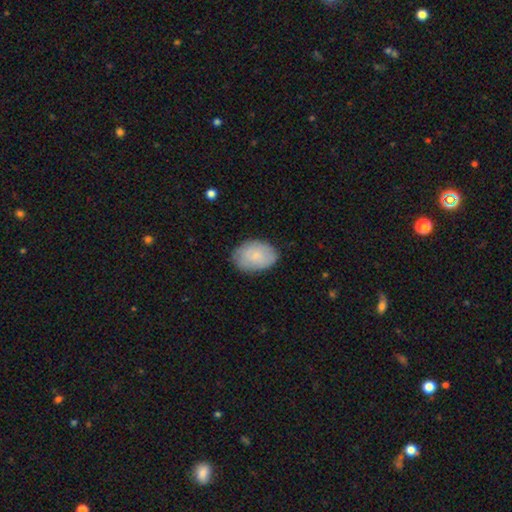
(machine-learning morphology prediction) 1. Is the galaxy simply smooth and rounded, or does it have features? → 76% smooth, 18% featured or disk, 6% star or artifact.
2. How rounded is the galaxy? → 84% in between, 15% round, 1% cigar-shaped.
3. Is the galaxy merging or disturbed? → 81% none, 15% minor disturbance, 3% major disturbance, 1% merger.